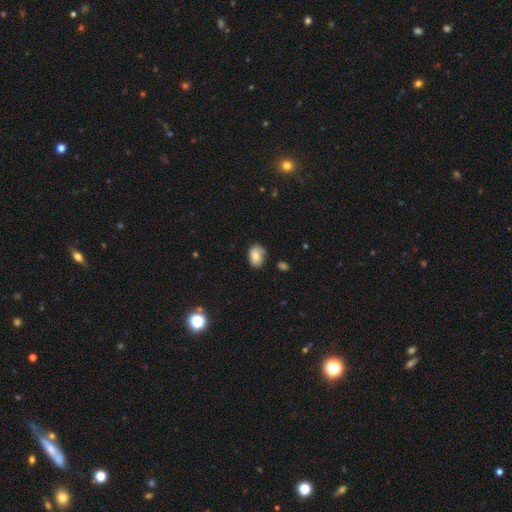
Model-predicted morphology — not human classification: A smooth galaxy with no disk features (74%) that is in between round and cigar-shaped (72%).

Vote fractions:
- Smooth or featured? smooth: 74% / featured or disk: 17% / star or artifact: 9%
- How rounded? in between: 72% / round: 27% / cigar-shaped: 1%
- Merging? none: 61% / minor disturbance: 29% / major disturbance: 7% / merger: 3%